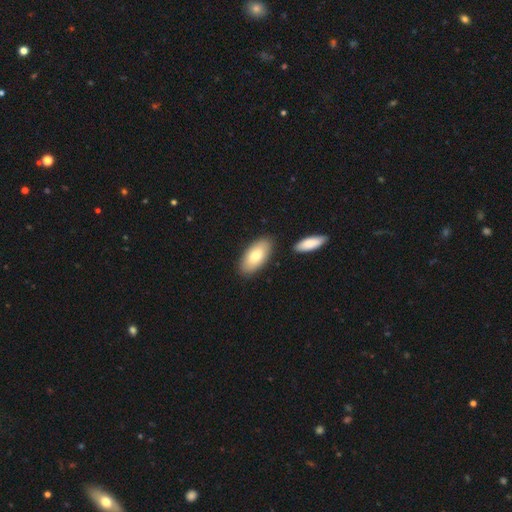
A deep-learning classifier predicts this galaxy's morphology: smooth 77%, featured or disk 17%, star or artifact 6%. Down the decision tree: how rounded — in between (92%); merging — none (82%).